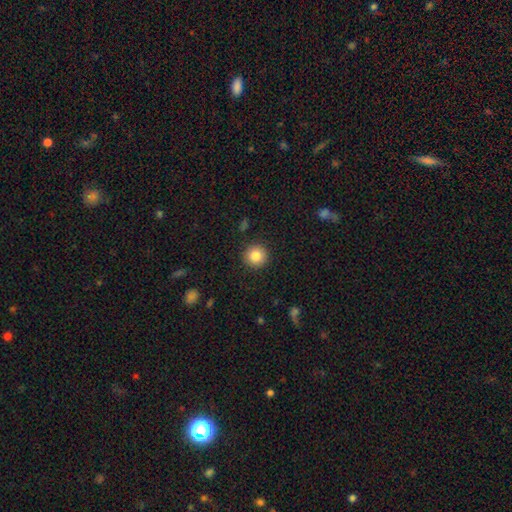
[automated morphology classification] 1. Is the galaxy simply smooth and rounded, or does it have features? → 85% smooth, 9% star or artifact, 6% featured or disk.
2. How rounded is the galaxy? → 95% round, 4% in between, 1% cigar-shaped.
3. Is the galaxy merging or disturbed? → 91% none, 6% minor disturbance, 2% major disturbance, 1% merger.